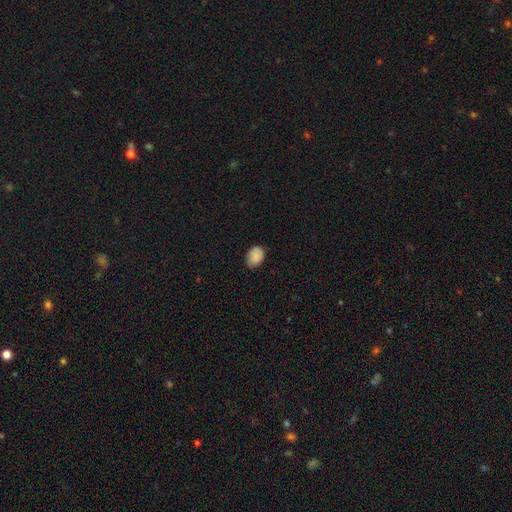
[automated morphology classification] A smooth galaxy with no disk features (86%) that is in between round and cigar-shaped (69%).

Vote fractions:
- Smooth or featured? smooth: 86% / star or artifact: 8% / featured or disk: 6%
- How rounded? in between: 69% / round: 30% / cigar-shaped: 1%
- Merging? none: 75% / minor disturbance: 20% / major disturbance: 3% / merger: 1%